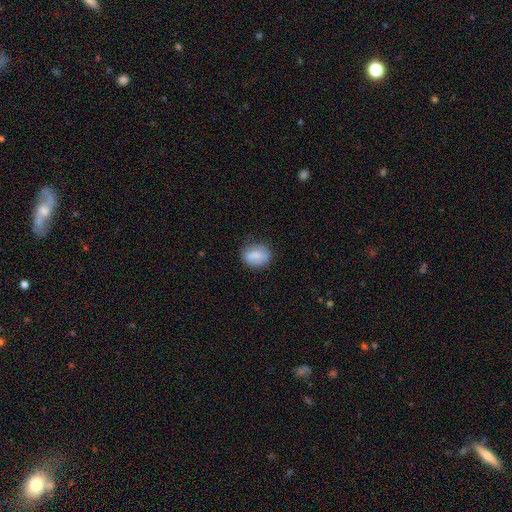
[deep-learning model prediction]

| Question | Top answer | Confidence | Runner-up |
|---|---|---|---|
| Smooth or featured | smooth | 78% | featured or disk (14%) |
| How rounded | in between | 52% | round (47%) |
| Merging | none | 70% | minor disturbance (22%) |